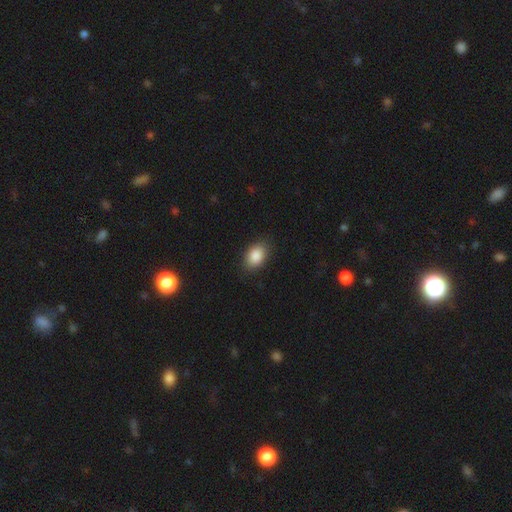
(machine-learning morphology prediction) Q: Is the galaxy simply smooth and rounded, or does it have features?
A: smooth — 88%.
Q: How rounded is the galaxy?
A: in between — 85%.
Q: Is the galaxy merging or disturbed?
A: none — 86%.